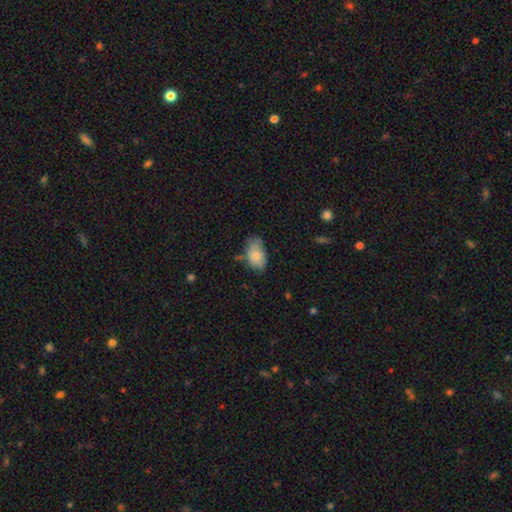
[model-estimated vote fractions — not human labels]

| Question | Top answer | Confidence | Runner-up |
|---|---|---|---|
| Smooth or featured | smooth | 79% | featured or disk (14%) |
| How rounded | in between | 91% | round (8%) |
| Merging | none | 53% | minor disturbance (35%) |